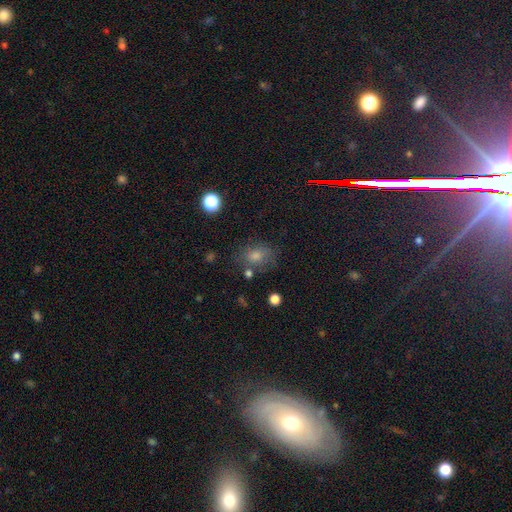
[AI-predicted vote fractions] A smooth galaxy with no disk features (63%) that is in between round and cigar-shaped (51%). Merging: none (73%).